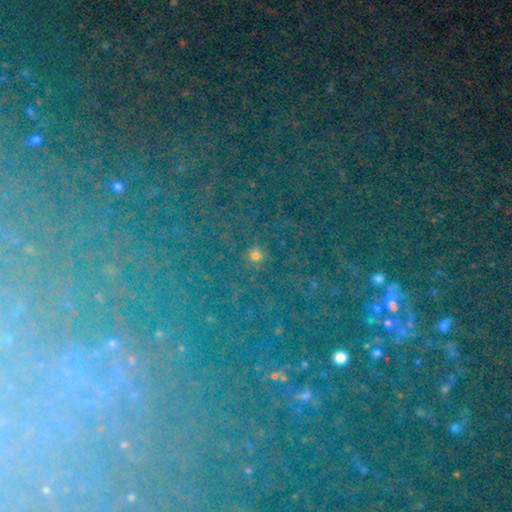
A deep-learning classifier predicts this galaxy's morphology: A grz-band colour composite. It shows a star or artifact, not a galaxy (74%).